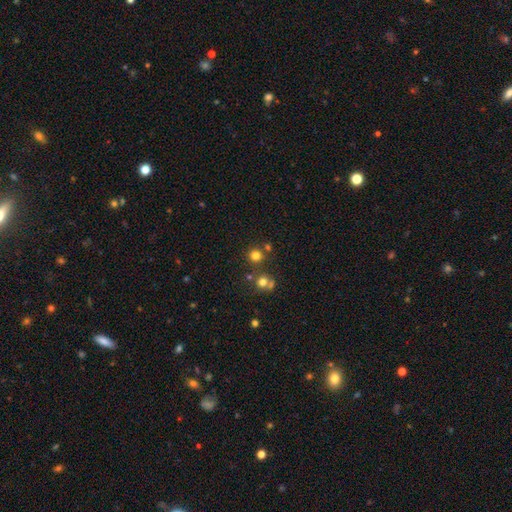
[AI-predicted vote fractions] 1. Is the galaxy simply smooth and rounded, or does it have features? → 74% smooth, 19% star or artifact, 7% featured or disk.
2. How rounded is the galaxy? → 93% round, 6% in between, 1% cigar-shaped.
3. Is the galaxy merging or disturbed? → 75% none, 15% merger, 7% minor disturbance, 3% major disturbance.